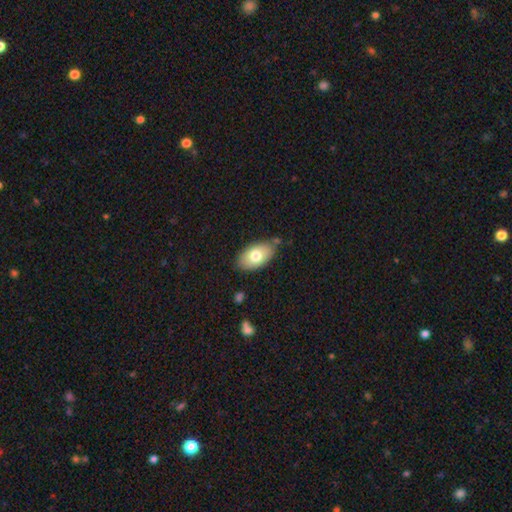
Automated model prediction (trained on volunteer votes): A smooth galaxy with no disk features (73%) that is in between round and cigar-shaped (93%).

Vote fractions:
- Smooth or featured? smooth: 73% / featured or disk: 20% / star or artifact: 7%
- How rounded? in between: 93% / round: 5% / cigar-shaped: 2%
- Merging? none: 76% / minor disturbance: 17% / merger: 4% / major disturbance: 3%